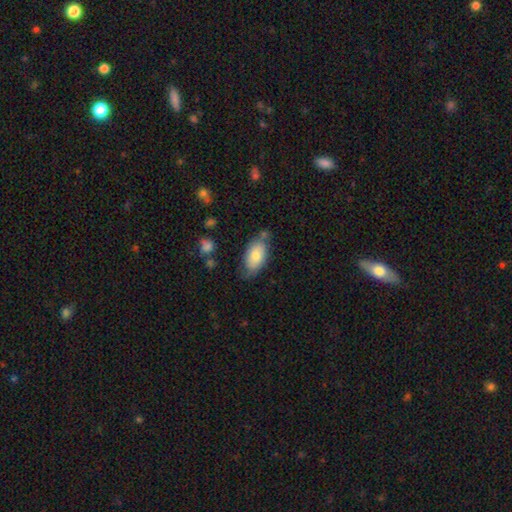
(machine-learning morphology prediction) This is likely a smooth galaxy (76%). How rounded: clearly in between (94%). Merging: likely none (61%).